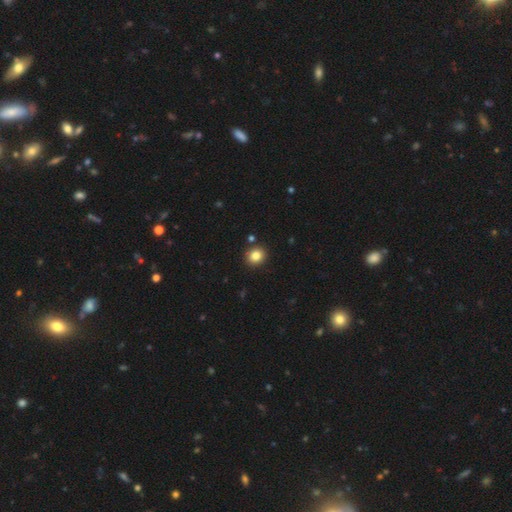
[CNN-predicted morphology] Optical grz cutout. It shows a smooth galaxy with no disk features (84%) that is round (82%). Merging: none (89%).